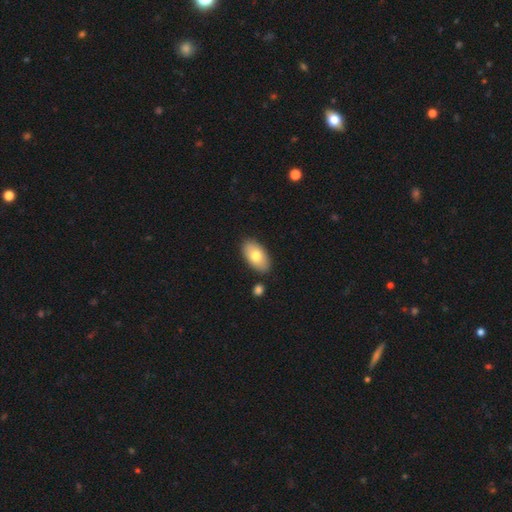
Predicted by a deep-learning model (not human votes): Smooth or featured? Predicted: smooth (p=0.75). How rounded? Predicted: in between (p=0.94). Merging? Predicted: none (p=0.84).